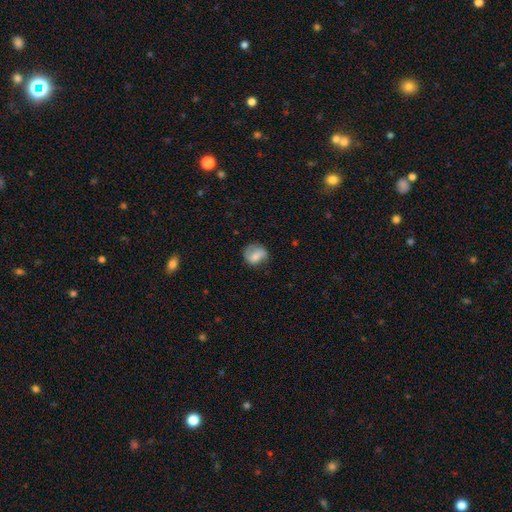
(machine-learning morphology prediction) Smooth or featured? smooth (67%)
How rounded? round (65%)
Merging? none (57%)